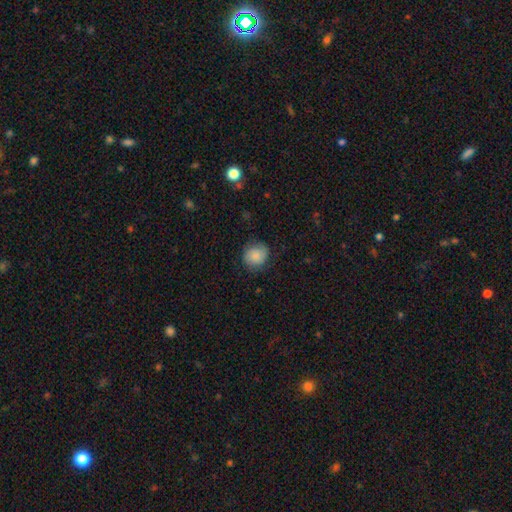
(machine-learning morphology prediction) Q: Smooth or featured?
A: smooth (79%); runner-up: featured or disk (13%)
Q: How rounded?
A: round (78%); runner-up: in between (21%)
Q: Merging?
A: none (74%); runner-up: minor disturbance (19%)